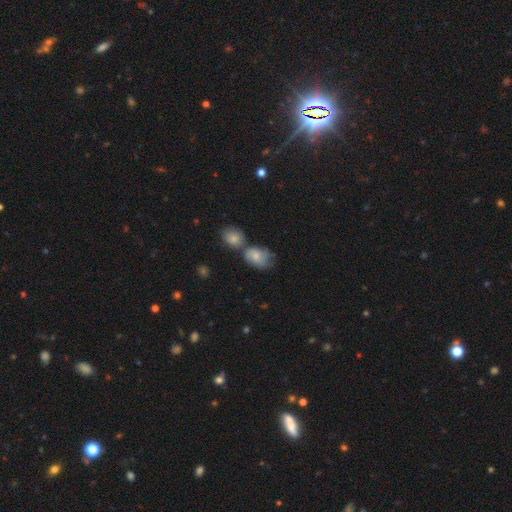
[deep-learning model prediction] This appears to be a smooth galaxy with no disk features (65%) that is in between round and cigar-shaped (75%). Merging: merger (42%).